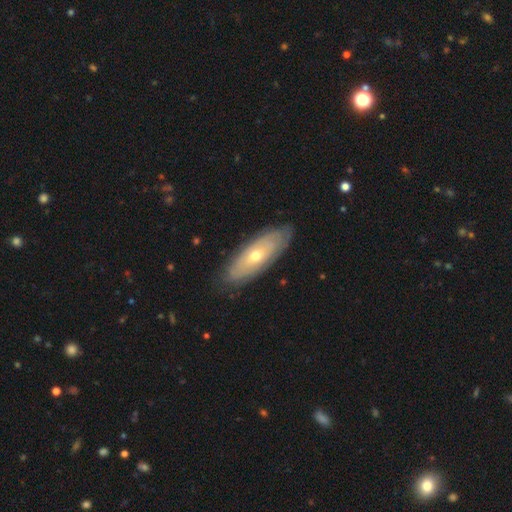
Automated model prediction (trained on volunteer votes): A featured or disk galaxy (58%).

Vote fractions:
- Smooth or featured? featured or disk: 58% / smooth: 36% / star or artifact: 6%
- Edge-on disk? no: 75% / yes: 25%
- Merging? none: 82% / minor disturbance: 13% / major disturbance: 3% / merger: 1%